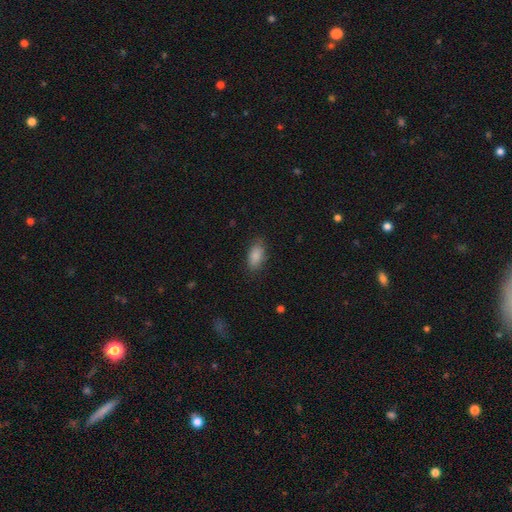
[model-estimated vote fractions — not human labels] A smooth galaxy with no disk features (86%) that is in between round and cigar-shaped (90%).

Vote fractions:
- Smooth or featured? smooth: 86% / star or artifact: 7% / featured or disk: 6%
- How rounded? in between: 90% / cigar-shaped: 6% / round: 4%
- Merging? none: 81% / minor disturbance: 15% / major disturbance: 4% / merger: 1%